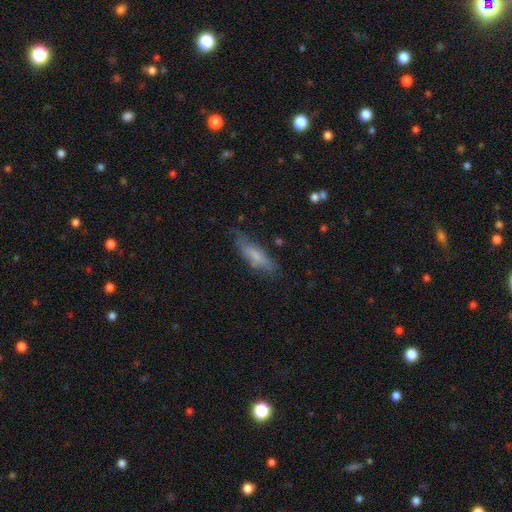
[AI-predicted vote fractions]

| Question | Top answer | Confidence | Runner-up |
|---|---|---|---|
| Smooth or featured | smooth | 67% | featured or disk (26%) |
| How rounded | cigar-shaped | 64% | in between (34%) |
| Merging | none | 70% | minor disturbance (22%) |